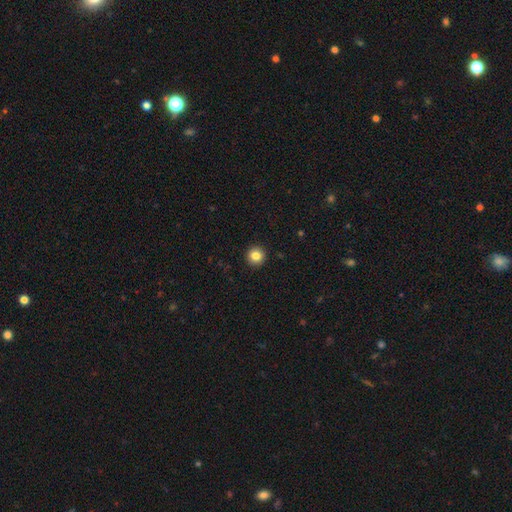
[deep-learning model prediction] Smooth or featured: smooth — 83% (star or artifact — 10%)
How rounded: round — 95% (in between — 4%)
Merging: none — 93% (minor disturbance — 4%)